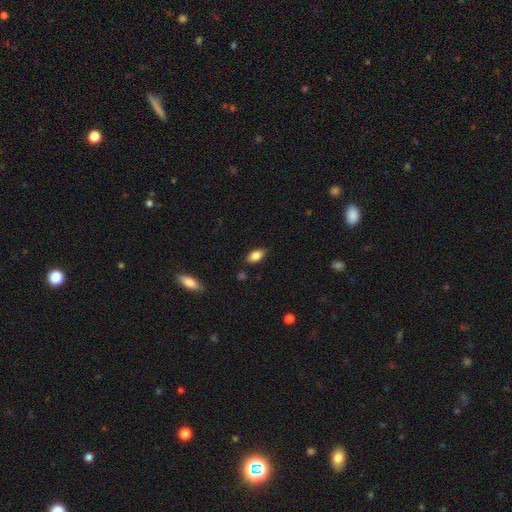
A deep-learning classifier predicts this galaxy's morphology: type=smooth (84%); roundness=in between (90%); merging=none (83%).